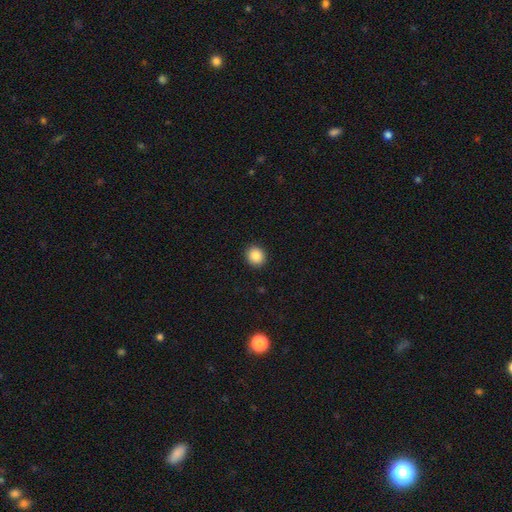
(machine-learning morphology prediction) smooth_or_featured: smooth (p=0.87) [alt: star or artifact p=0.09]
how_rounded: round (p=0.85) [alt: in between p=0.14]
merging: none (p=0.92) [alt: minor disturbance p=0.05]